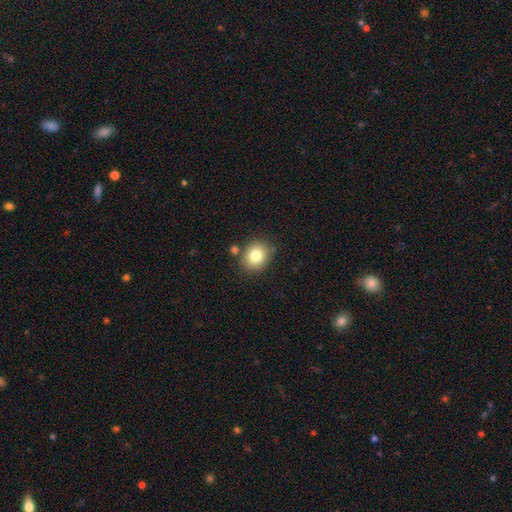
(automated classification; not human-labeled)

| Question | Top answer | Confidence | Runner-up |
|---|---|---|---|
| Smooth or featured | smooth | 79% | star or artifact (11%) |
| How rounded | round | 67% | in between (32%) |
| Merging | none | 80% | minor disturbance (10%) |